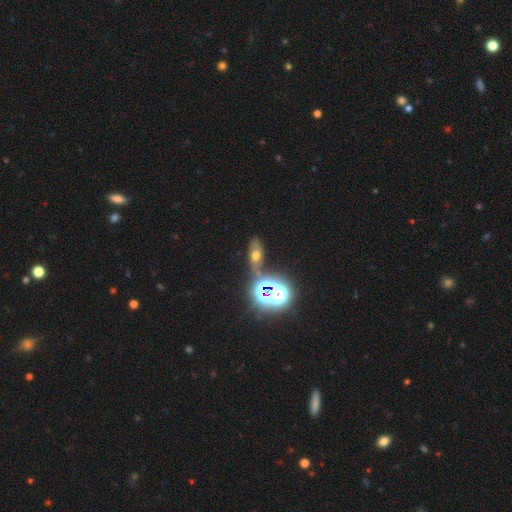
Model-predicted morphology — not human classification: This is marginally a star or artifact rather than a galaxy (39%).